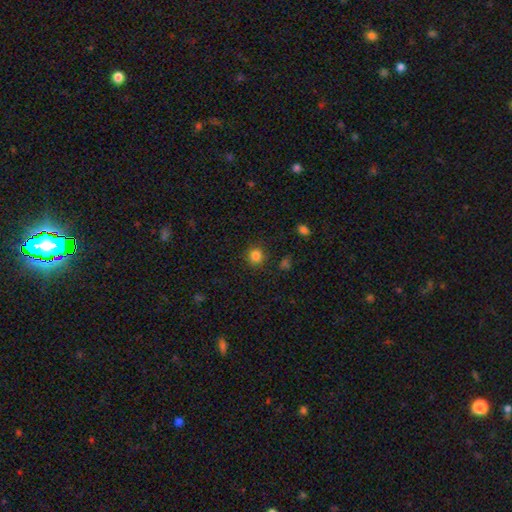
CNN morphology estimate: type=smooth (83%); roundness=round (90%); merging=none (88%).